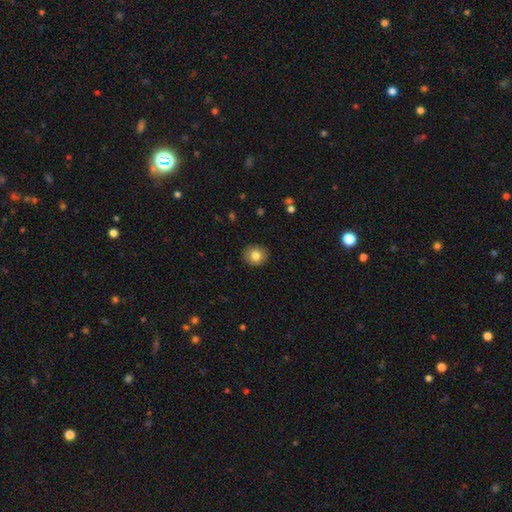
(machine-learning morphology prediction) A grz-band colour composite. It shows a smooth galaxy with no disk features (81%) that is round (80%). Merging: none (89%).